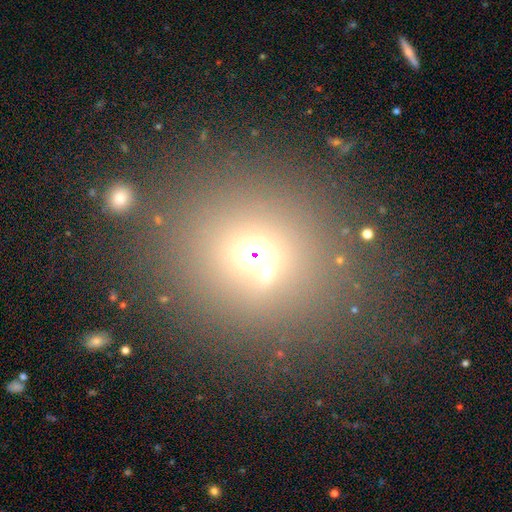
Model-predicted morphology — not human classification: A smooth galaxy with no disk features (56%) that is round (83%).

Vote fractions:
- Smooth or featured? smooth: 56% / star or artifact: 33% / featured or disk: 11%
- How rounded? round: 83% / in between: 16% / cigar-shaped: 2%
- Merging? none: 77% / merger: 9% / minor disturbance: 9% / major disturbance: 5%